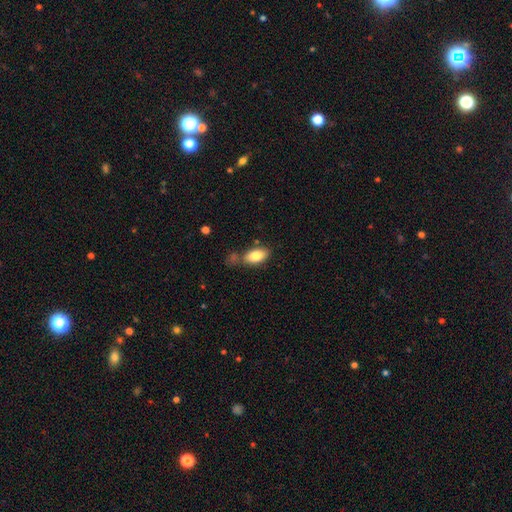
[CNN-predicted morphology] This is clearly a smooth galaxy (83%). How rounded: clearly in between (91%). Merging: likely none (64%).